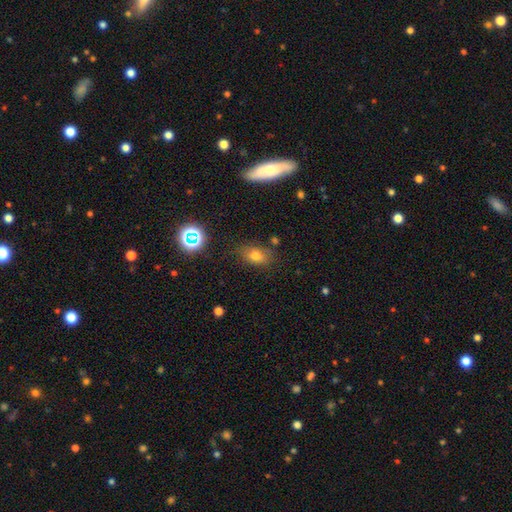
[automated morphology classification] This appears to be a smooth galaxy with no disk features (71%) that is in between round and cigar-shaped (78%). Merging: none (75%).